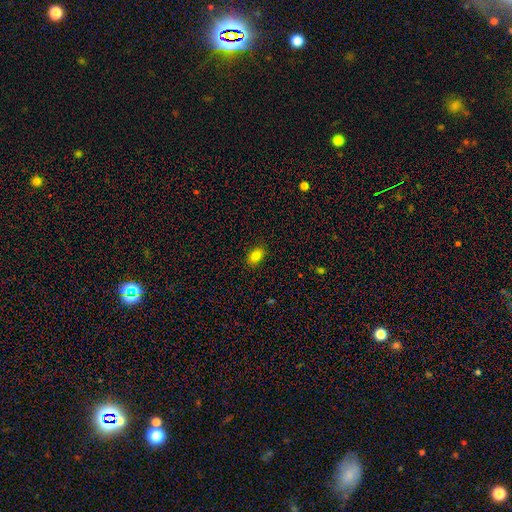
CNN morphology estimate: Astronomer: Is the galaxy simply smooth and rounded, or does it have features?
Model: smooth — 83%.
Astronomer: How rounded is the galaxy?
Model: in between — 80%.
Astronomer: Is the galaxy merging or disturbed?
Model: none — 88%.